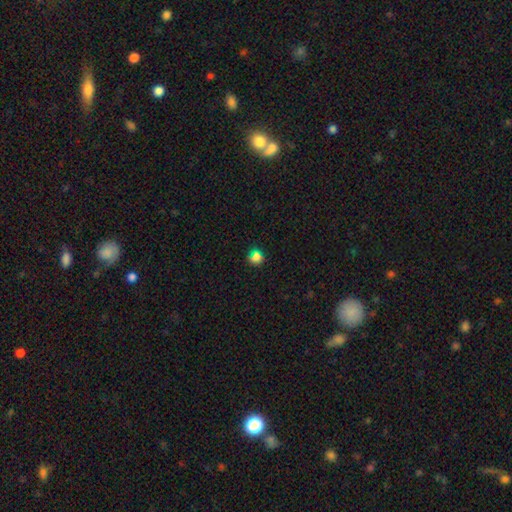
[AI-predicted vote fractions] A smooth galaxy with no disk features (69%) that is round (87%).

Vote fractions:
- Smooth or featured? smooth: 69% / star or artifact: 25% / featured or disk: 6%
- How rounded? round: 87% / in between: 11% / cigar-shaped: 1%
- Merging? none: 81% / minor disturbance: 10% / merger: 5% / major disturbance: 4%